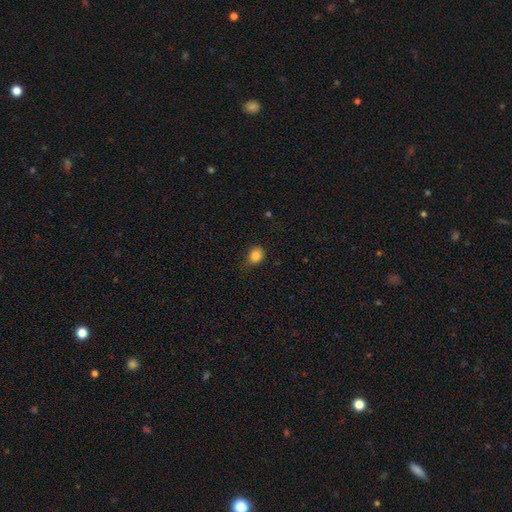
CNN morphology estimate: Smooth or featured?
  - smooth: 84% *
  - star or artifact: 11%
  - featured or disk: 5%
How rounded?
  - round: 62% *
  - in between: 37%
  - cigar-shaped: 1%
Merging?
  - none: 75% *
  - minor disturbance: 20%
  - major disturbance: 4%
  - merger: 1%